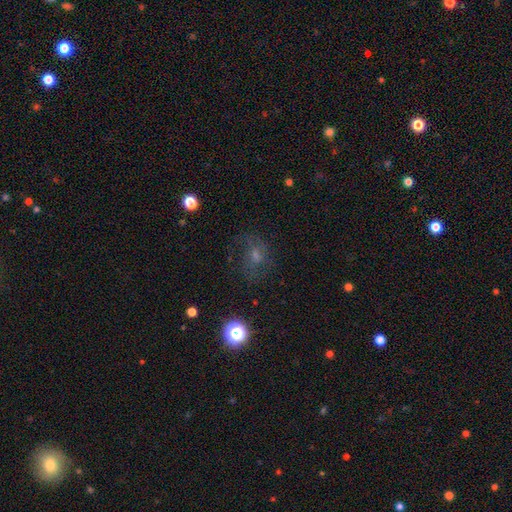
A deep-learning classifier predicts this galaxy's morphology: smooth-or-featured: featured or disk: 39% | smooth: 35% | star or artifact: 26%
  merging: none: 62% | minor disturbance: 19% | major disturbance: 17% | merger: 2%